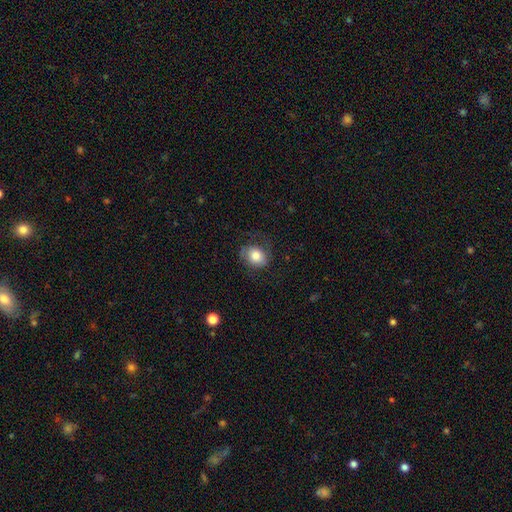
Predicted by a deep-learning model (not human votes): This is likely a smooth galaxy (70%). How rounded: possibly round (54%). Merging: likely none (62%).